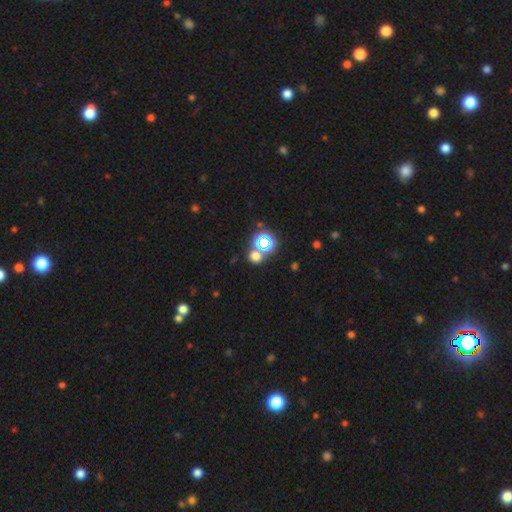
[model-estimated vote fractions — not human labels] smooth-or-featured: smooth: 50% | star or artifact: 42% | featured or disk: 7%
  how-rounded: round: 78% | in between: 20% | cigar-shaped: 1%
  merging: none: 67% | merger: 21% | minor disturbance: 8% | major disturbance: 4%